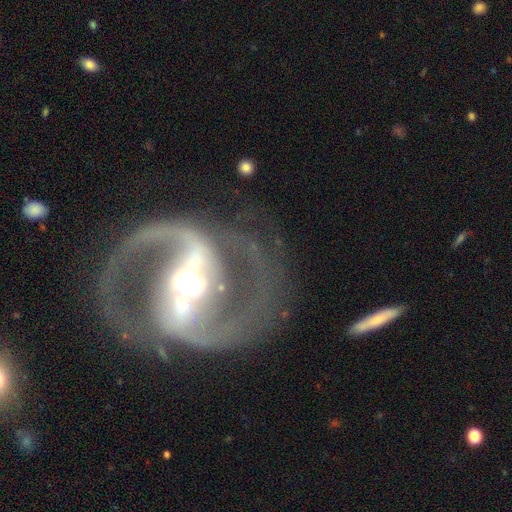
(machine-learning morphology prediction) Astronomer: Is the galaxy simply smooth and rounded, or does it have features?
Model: featured or disk — 93%.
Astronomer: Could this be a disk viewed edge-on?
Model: no — 97%.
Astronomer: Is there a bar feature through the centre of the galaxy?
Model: strong — 72%.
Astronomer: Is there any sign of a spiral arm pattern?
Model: yes — 97%.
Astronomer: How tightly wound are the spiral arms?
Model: medium — 64%.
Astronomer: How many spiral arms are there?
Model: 2 — 94%.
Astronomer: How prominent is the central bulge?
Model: moderate — 59%.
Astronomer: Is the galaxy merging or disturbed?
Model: none — 75%.